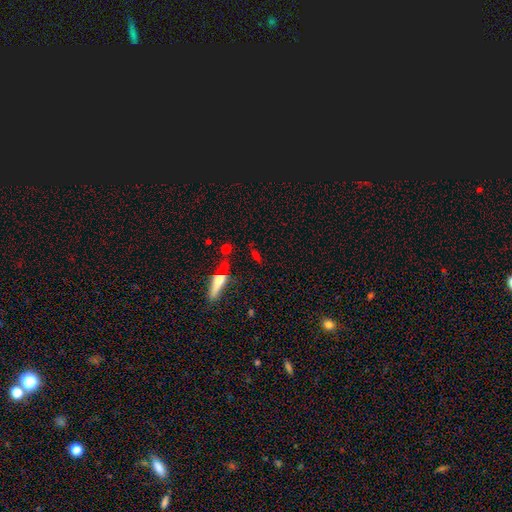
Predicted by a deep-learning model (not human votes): smooth 46%, star or artifact 31%, featured or disk 23%. Down the decision tree: merging — none (71%).